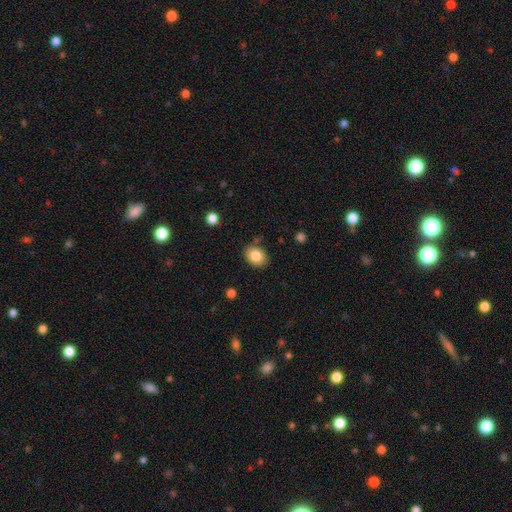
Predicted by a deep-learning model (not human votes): smooth_or_featured: smooth (p=0.84) [alt: star or artifact p=0.08]
how_rounded: in between (p=0.61) [alt: round p=0.38]
merging: none (p=0.84) [alt: minor disturbance p=0.11]